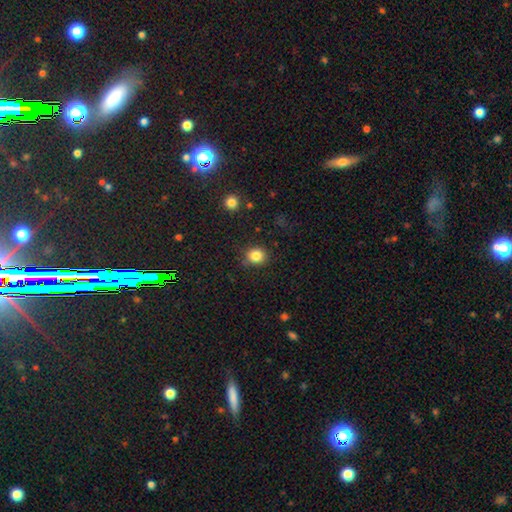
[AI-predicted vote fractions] The model was most divided on "how rounded": round: 80%, in between: 19%, cigar-shaped: 1%. More confident: smooth or featured — smooth (84%); merging — none (84%).